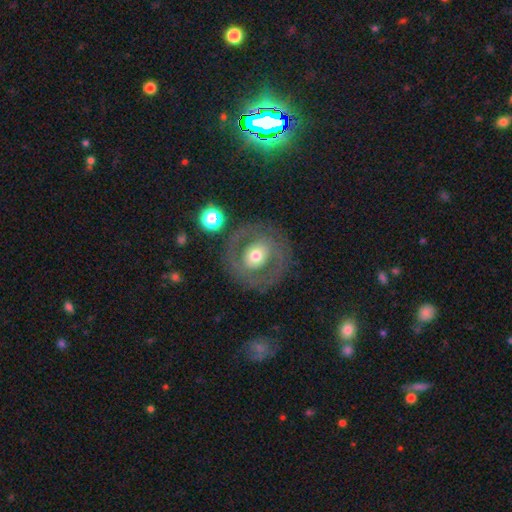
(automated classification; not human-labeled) featured or disk 59%, smooth 33%, star or artifact 7%. Down the decision tree: edge-on disk — no (96%); bar — no (69%); spiral arms — no (62%); bulge size — moderate (66%); merging — none (80%).